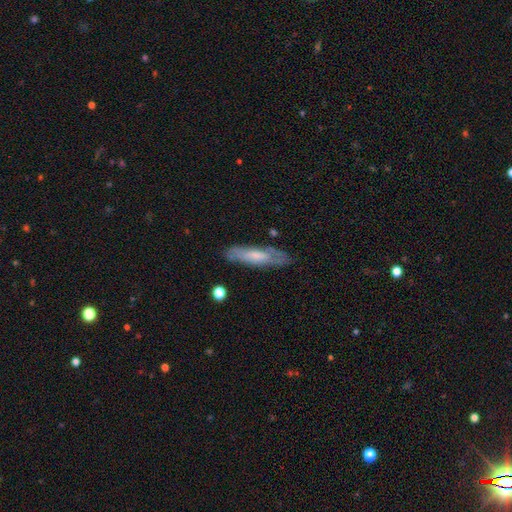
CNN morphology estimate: The model was most divided on "smooth or featured": smooth: 47%, featured or disk: 46%, star or artifact: 7%. More confident: merging — none (76%).